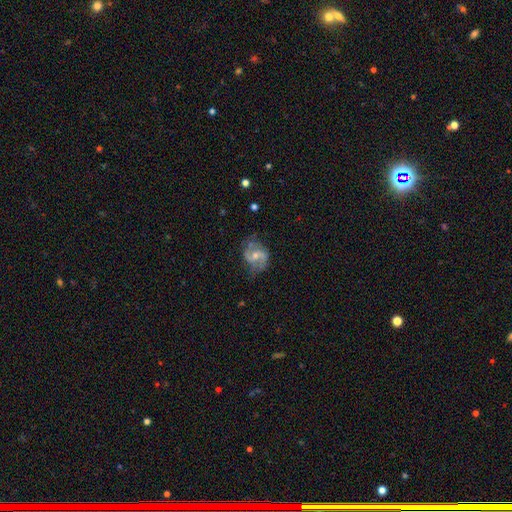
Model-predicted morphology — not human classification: This is likely a featured or disk galaxy (76%). It is clearly not viewed edge-on (97%). Bar: possibly weak (48%). Spiral arm pattern: clearly yes (90%). Spiral arm count: clearly 2 (87%). Spiral winding: possibly medium (47%). Central bulge: possibly moderate (51%). Merging: likely none (64%).